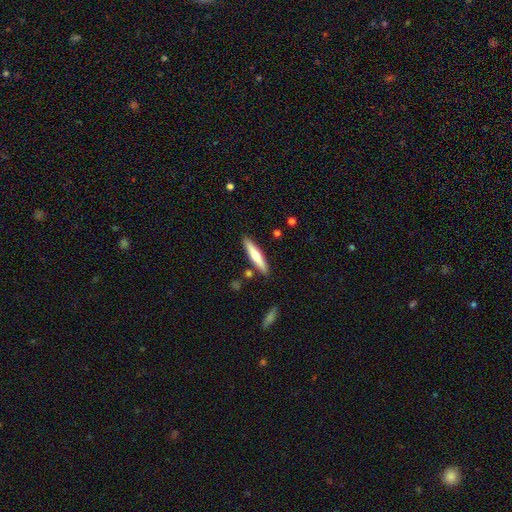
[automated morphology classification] The model was most divided on "smooth or featured": smooth: 61%, featured or disk: 34%, star or artifact: 5%. More confident: how rounded — cigar-shaped (88%); merging — none (87%).